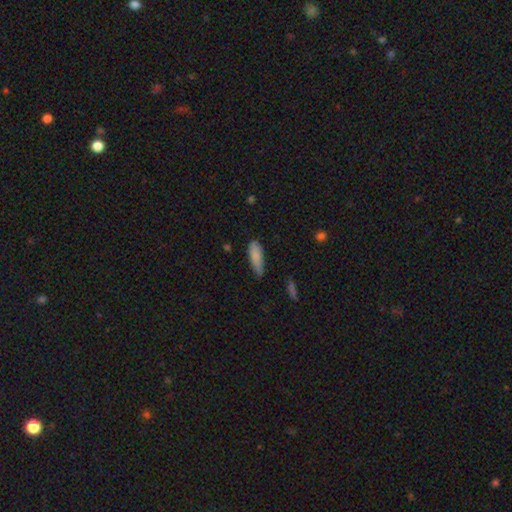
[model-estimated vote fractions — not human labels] Smooth or featured?
  - smooth: 85% *
  - featured or disk: 8%
  - star or artifact: 7%
How rounded?
  - in between: 54% *
  - cigar-shaped: 44%
  - round: 2%
Merging?
  - none: 58% *
  - minor disturbance: 33%
  - major disturbance: 6%
  - merger: 2%